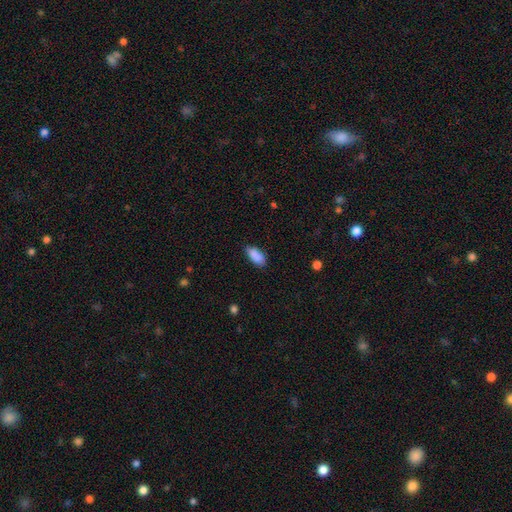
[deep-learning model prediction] Smooth or featured: smooth — 88% (star or artifact — 7%)
How rounded: in between — 89% (cigar-shaped — 9%)
Merging: none — 74% (minor disturbance — 21%)